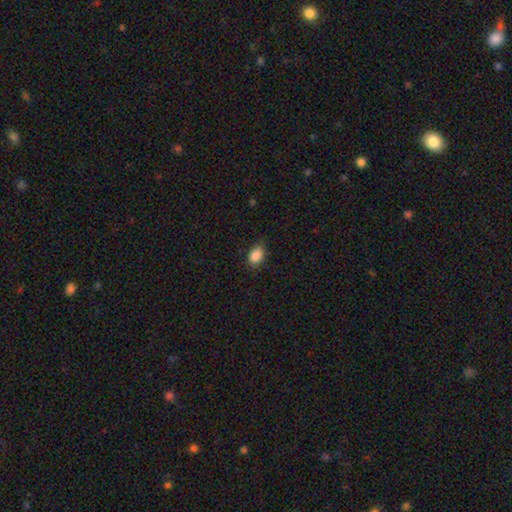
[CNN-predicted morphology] Smooth or featured? Predicted: smooth (p=0.88). How rounded? Predicted: in between (p=0.87). Merging? Predicted: none (p=0.74).